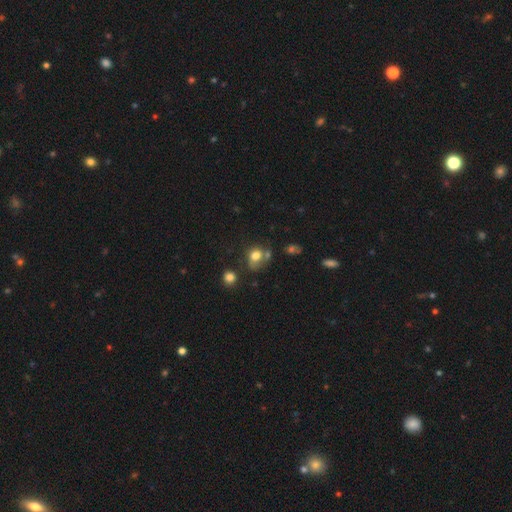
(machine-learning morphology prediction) Smooth or featured? smooth (75%)
How rounded? round (57%)
Merging? none (42%)